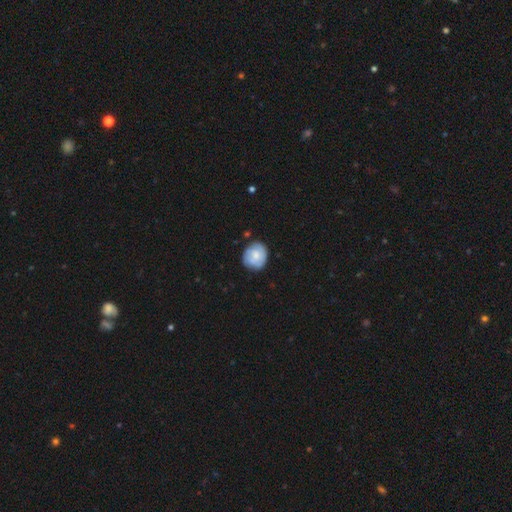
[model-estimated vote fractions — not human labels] smooth 58%, featured or disk 36%, star or artifact 7%. Down the decision tree: how rounded — round (80%); merging — none (76%).